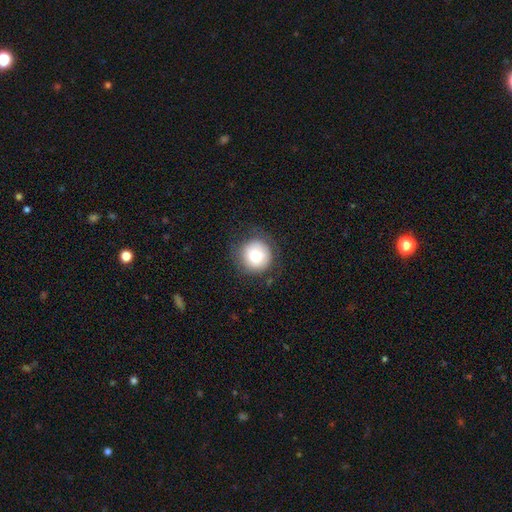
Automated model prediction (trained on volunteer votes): The model was most divided on "merging": none: 74%, minor disturbance: 17%, major disturbance: 7%, merger: 1%. More confident: how rounded — round (93%); smooth or featured — smooth (78%).